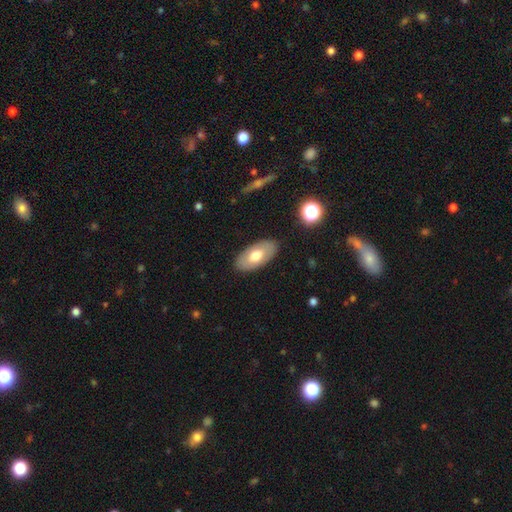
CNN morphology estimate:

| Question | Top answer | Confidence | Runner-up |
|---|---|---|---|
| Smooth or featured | smooth | 62% | featured or disk (32%) |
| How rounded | in between | 94% | round (3%) |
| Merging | none | 86% | minor disturbance (10%) |